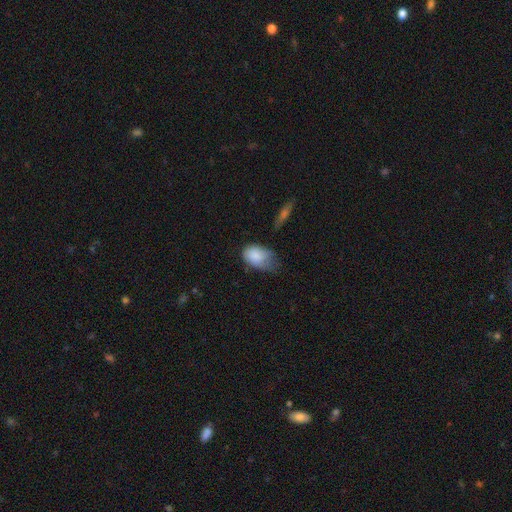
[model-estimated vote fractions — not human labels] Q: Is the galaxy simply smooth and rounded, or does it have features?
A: smooth — 82%.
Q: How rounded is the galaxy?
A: in between — 86%.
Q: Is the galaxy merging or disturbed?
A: minor disturbance — 47%.